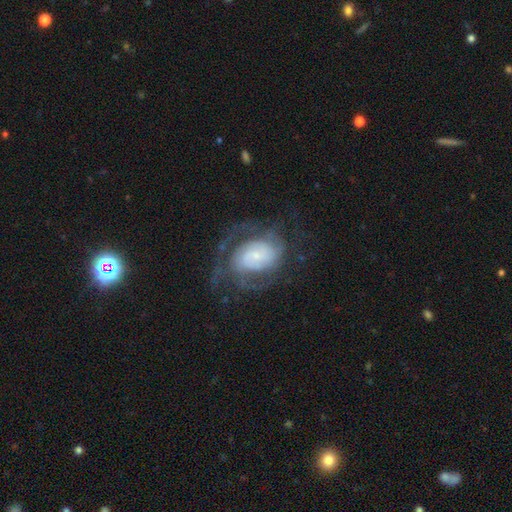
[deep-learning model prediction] A featured or disk galaxy (79%) with no bar (60%), 2 (36%) tight (47%) spiral arms (91%) and a small central bulge (62%). Merging: none (59%).